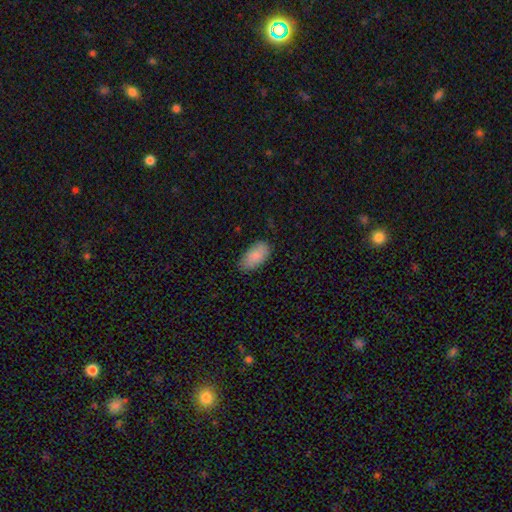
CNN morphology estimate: A smooth galaxy with no disk features (85%) that is in between round and cigar-shaped (95%). Merging: none (77%).